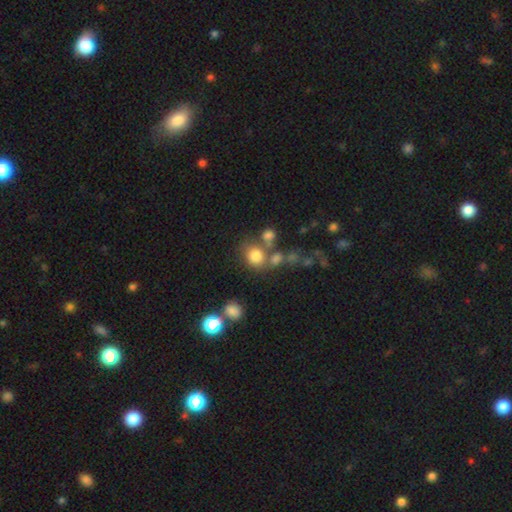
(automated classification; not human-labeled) Morphology: type=smooth (76%); roundness=round (75%); merging=none (53%).